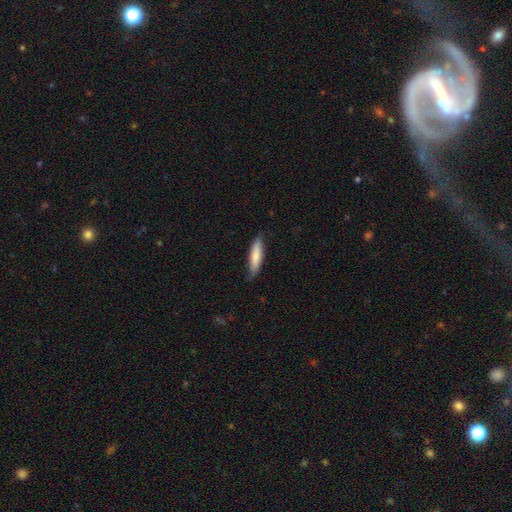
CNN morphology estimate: Smooth or featured: smooth — 80% (featured or disk — 14%)
How rounded: cigar-shaped — 74% (in between — 25%)
Merging: none — 80% (minor disturbance — 17%)